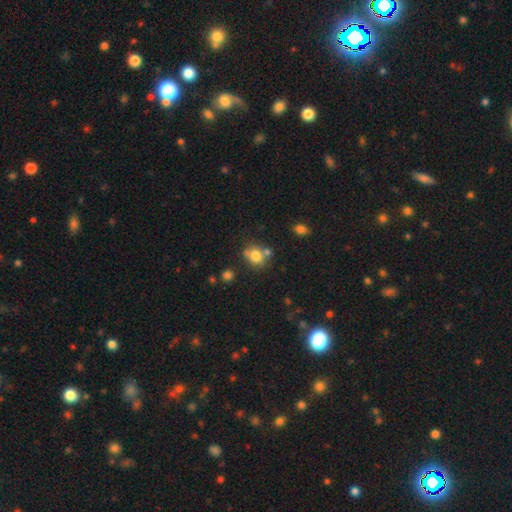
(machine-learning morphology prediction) type=smooth (77%); roundness=round (73%); merging=none (57%).